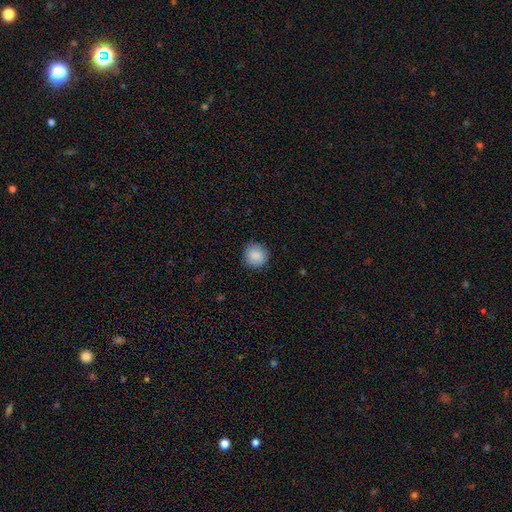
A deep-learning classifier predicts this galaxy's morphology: A smooth galaxy with no disk features (86%) that is round (91%).

Vote fractions:
- Smooth or featured? smooth: 86% / star or artifact: 8% / featured or disk: 6%
- How rounded? round: 91% / in between: 8% / cigar-shaped: 1%
- Merging? none: 87% / minor disturbance: 10% / major disturbance: 2% / merger: 1%